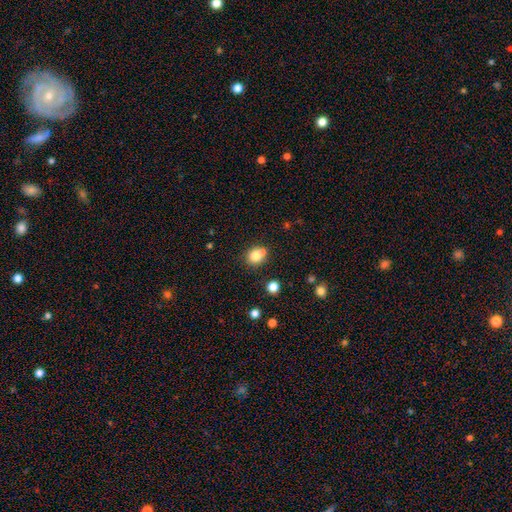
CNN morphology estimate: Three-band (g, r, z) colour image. It shows a smooth galaxy with no disk features (78%) that is round (72%). Merging: none (52%).